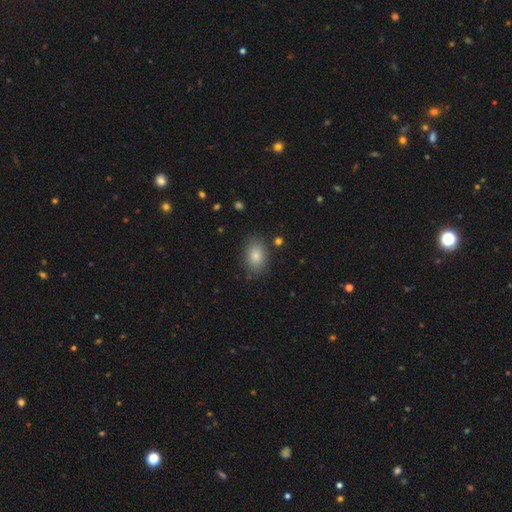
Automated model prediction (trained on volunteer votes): Morphology: type=smooth (83%); roundness=in between (82%); merging=none (83%).